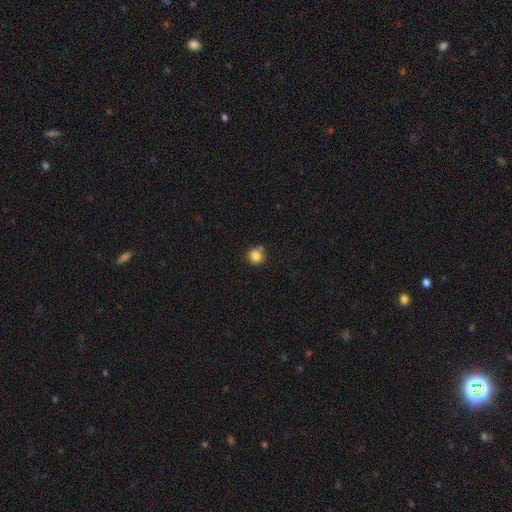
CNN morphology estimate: smooth-or-featured: smooth: 84% | star or artifact: 11% | featured or disk: 6%
  how-rounded: round: 92% | in between: 7% | cigar-shaped: 1%
  merging: none: 74% | minor disturbance: 14% | merger: 9% | major disturbance: 3%